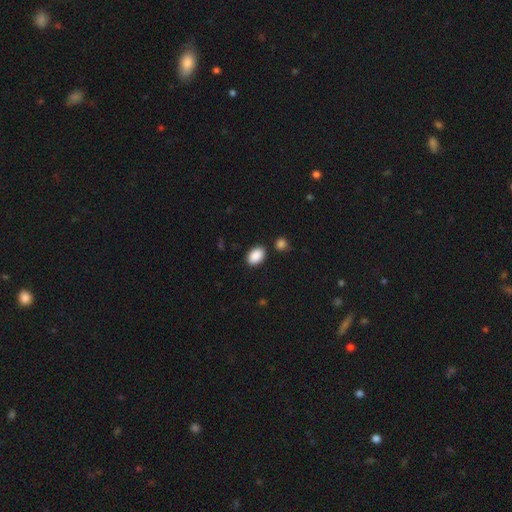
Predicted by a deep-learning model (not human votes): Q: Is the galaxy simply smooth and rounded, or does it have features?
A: smooth — 90%.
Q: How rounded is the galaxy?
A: in between — 86%.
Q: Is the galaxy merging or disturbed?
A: none — 83%.